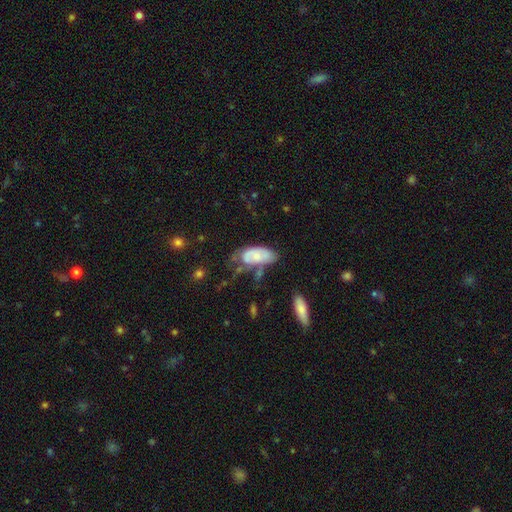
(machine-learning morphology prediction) This appears to be a smooth galaxy with no disk features (55%) that is in between round and cigar-shaped (91%). Merging: none (34%).